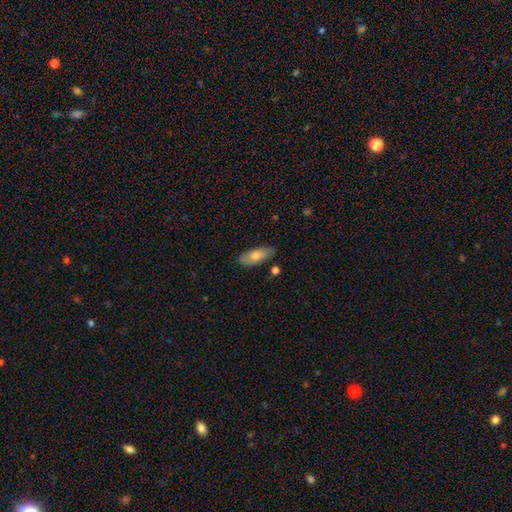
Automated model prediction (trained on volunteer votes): Q: Smooth or featured?
A: smooth (72%); runner-up: featured or disk (21%)
Q: How rounded?
A: in between (76%); runner-up: cigar-shaped (22%)
Q: Merging?
A: none (80%); runner-up: minor disturbance (15%)